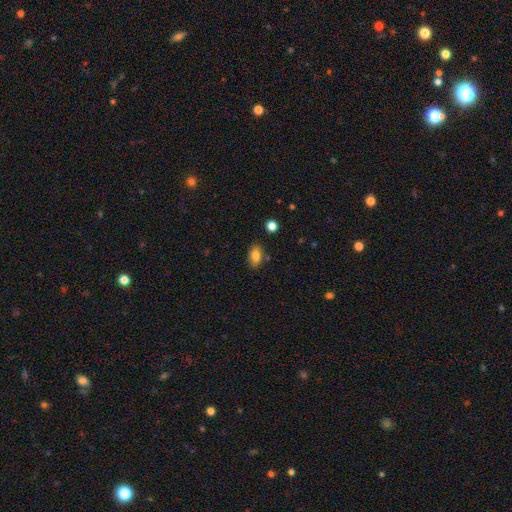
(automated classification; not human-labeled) Morphology: type=smooth (84%); roundness=in between (88%); merging=none (82%).